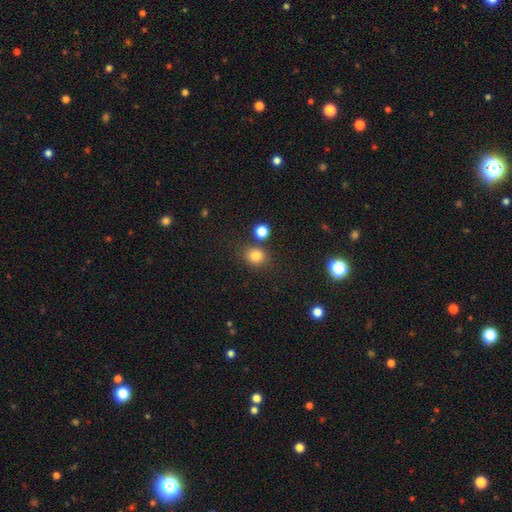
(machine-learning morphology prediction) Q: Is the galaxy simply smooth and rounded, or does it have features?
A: smooth — 81%.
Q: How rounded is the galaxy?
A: round — 71%.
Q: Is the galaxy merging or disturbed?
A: none — 74%.